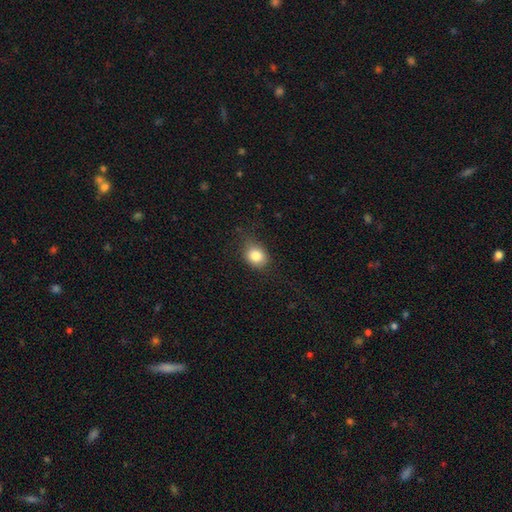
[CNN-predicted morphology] Smooth or featured? Predicted: smooth (p=0.82). How rounded? Predicted: round (p=0.55). Merging? Predicted: none (p=0.70).